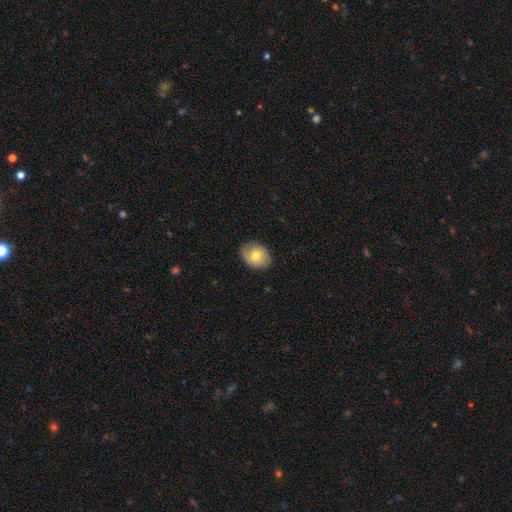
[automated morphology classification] Smooth or featured? Predicted: smooth (p=0.71). How rounded? Predicted: in between (p=0.58). Merging? Predicted: none (p=0.82).